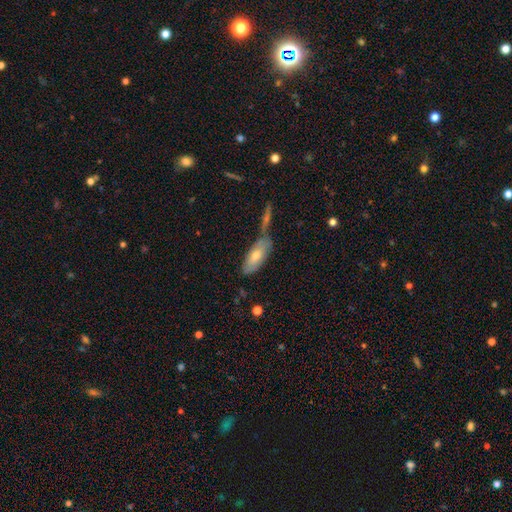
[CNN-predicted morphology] This is likely a smooth galaxy (62%). How rounded: likely in between (74%). Merging: possibly none (51%).